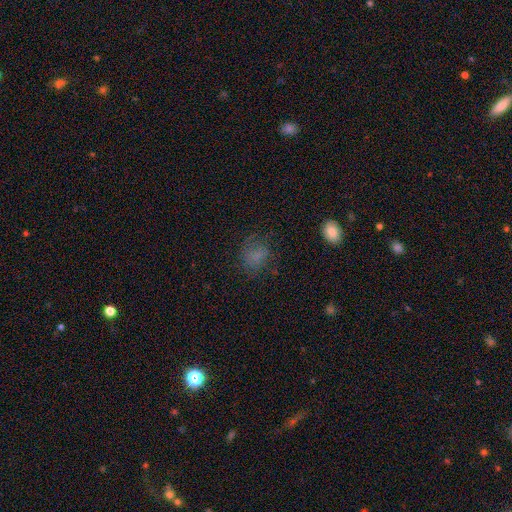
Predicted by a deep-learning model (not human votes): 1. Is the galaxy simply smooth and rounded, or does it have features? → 67% smooth, 17% featured or disk, 16% star or artifact.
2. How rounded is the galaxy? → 56% round, 43% in between, 1% cigar-shaped.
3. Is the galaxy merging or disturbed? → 59% none, 21% minor disturbance, 17% major disturbance, 2% merger.